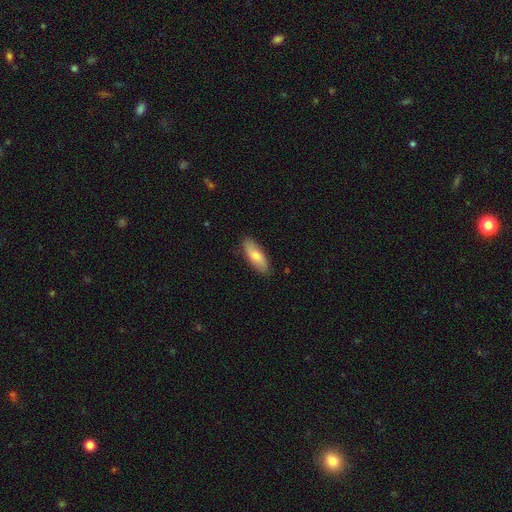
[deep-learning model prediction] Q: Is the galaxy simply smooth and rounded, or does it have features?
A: smooth — 74%.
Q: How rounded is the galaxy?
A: in between — 67%.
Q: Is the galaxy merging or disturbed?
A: none — 85%.